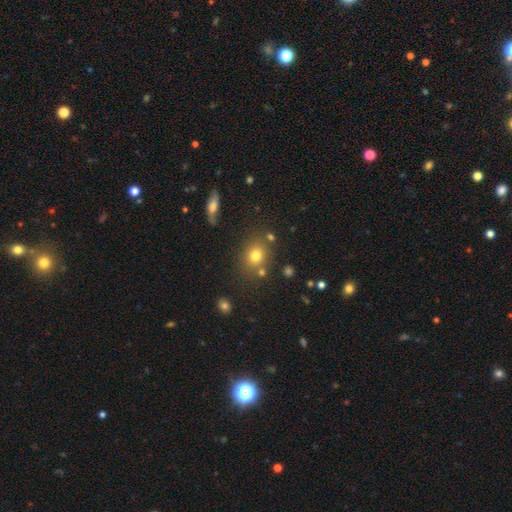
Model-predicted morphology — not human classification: A smooth galaxy with no disk features (76%) that is round (64%).

Vote fractions:
- Smooth or featured? smooth: 76% / star or artifact: 14% / featured or disk: 10%
- How rounded? round: 64% / in between: 35% / cigar-shaped: 1%
- Merging? none: 75% / minor disturbance: 12% / merger: 9% / major disturbance: 4%